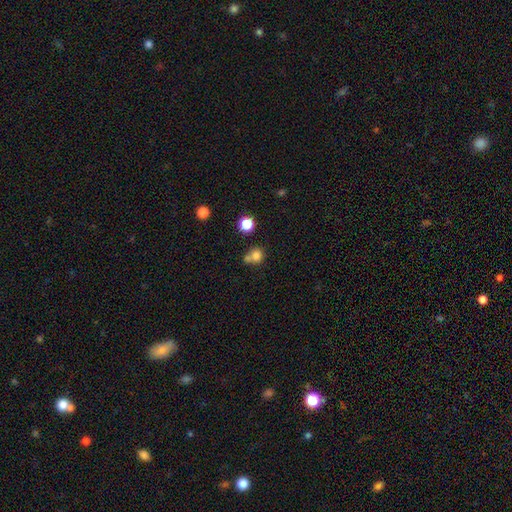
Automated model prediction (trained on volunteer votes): Smooth or featured? smooth (78%)
How rounded? round (85%)
Merging? none (50%)